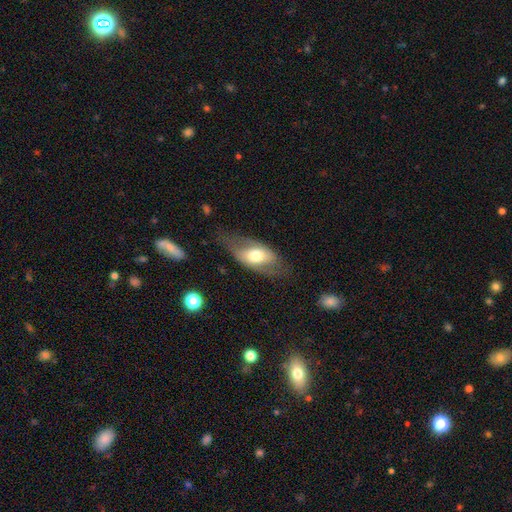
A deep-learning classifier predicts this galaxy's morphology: The model was most divided on "smooth or featured": featured or disk: 48%, smooth: 46%, star or artifact: 6%. More confident: merging — none (60%).